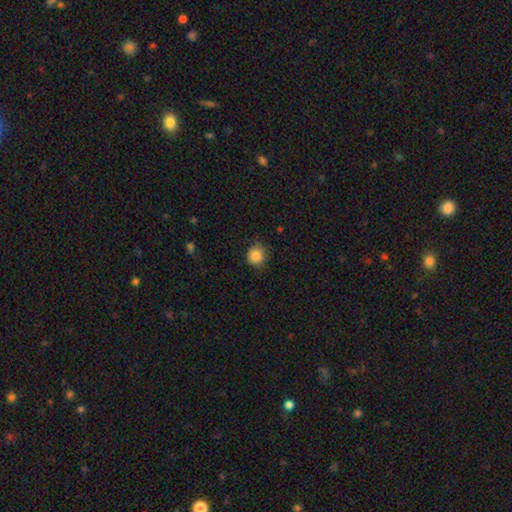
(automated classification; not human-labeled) A smooth galaxy with no disk features (86%) that is round (89%). Merging: none (82%).